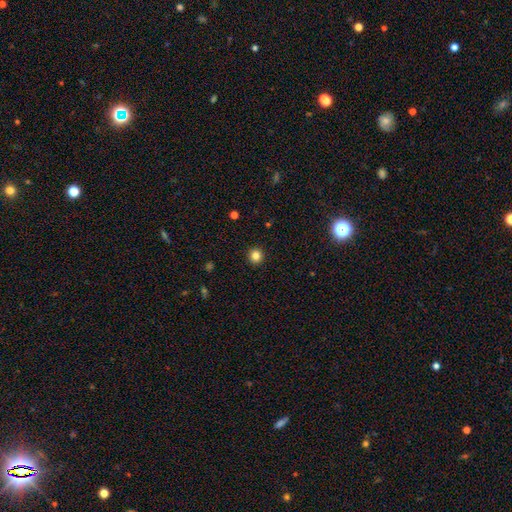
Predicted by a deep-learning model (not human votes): Morphology: type=smooth (83%); roundness=round (95%); merging=none (93%).